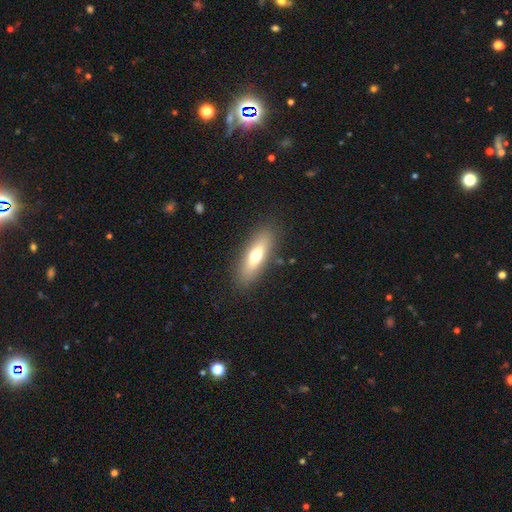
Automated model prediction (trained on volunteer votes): The model was most divided on "how rounded": in between: 52%, cigar-shaped: 45%, round: 3%. More confident: merging — none (86%); smooth or featured — smooth (62%).